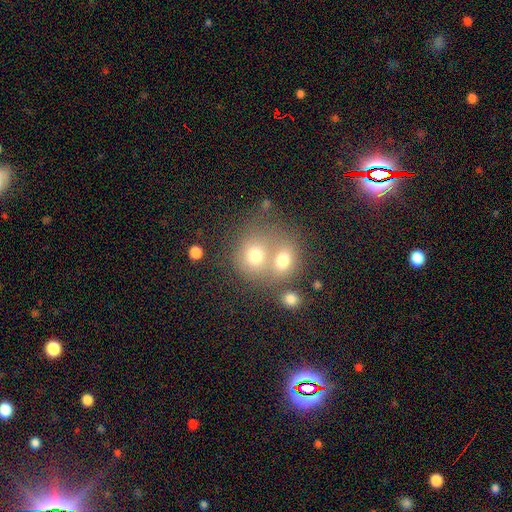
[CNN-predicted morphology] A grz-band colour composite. It shows a smooth galaxy with no disk features (70%) that is round (68%). Merging: merger (57%).